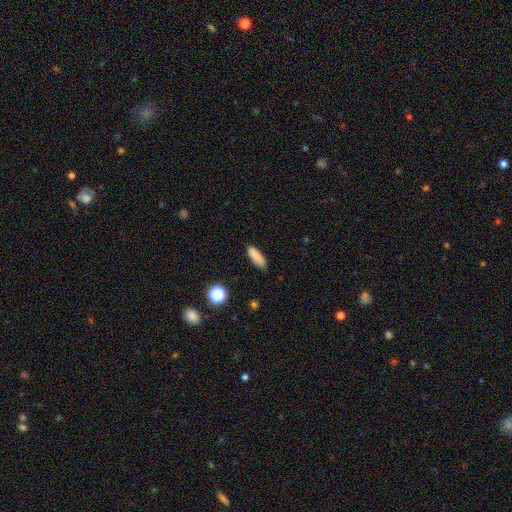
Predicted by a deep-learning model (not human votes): Smooth or featured?
  - smooth: 85% *
  - star or artifact: 9%
  - featured or disk: 6%
How rounded?
  - in between: 51% *
  - cigar-shaped: 46%
  - round: 3%
Merging?
  - none: 80% *
  - minor disturbance: 16%
  - major disturbance: 3%
  - merger: 2%